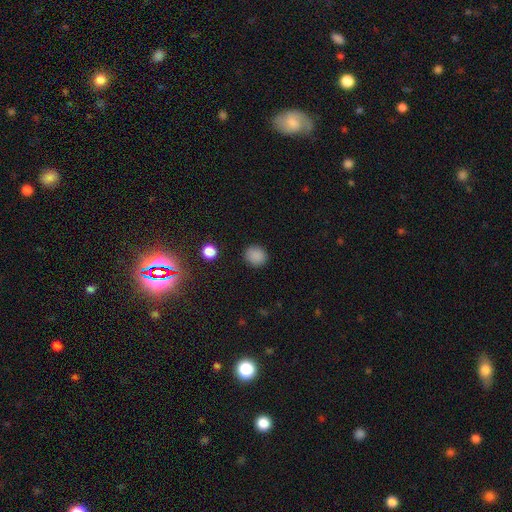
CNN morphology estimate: smooth-or-featured: smooth: 86% | star or artifact: 11% | featured or disk: 3%
  how-rounded: round: 84% | in between: 15% | cigar-shaped: 1%
  merging: none: 89% | minor disturbance: 7% | major disturbance: 2% | merger: 1%